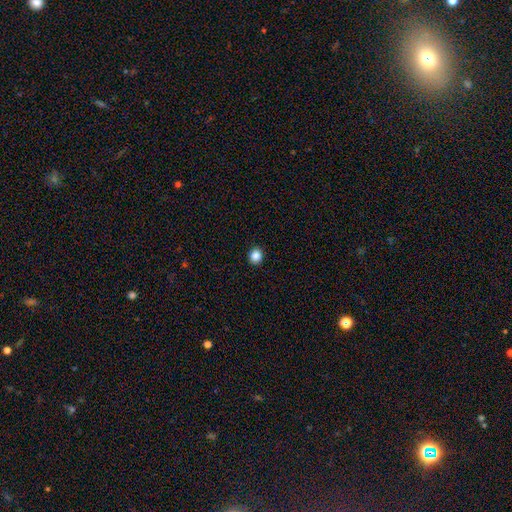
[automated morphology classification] Smooth or featured? Predicted: smooth (p=0.86). How rounded? Predicted: round (p=0.76). Merging? Predicted: none (p=0.92).